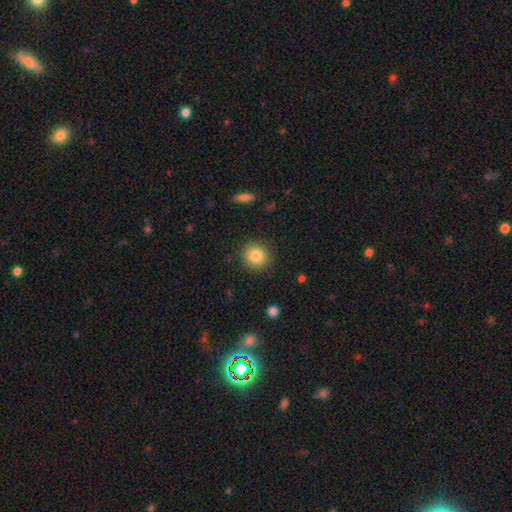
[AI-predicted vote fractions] Morphology: type=smooth (84%); roundness=round (91%); merging=none (89%).